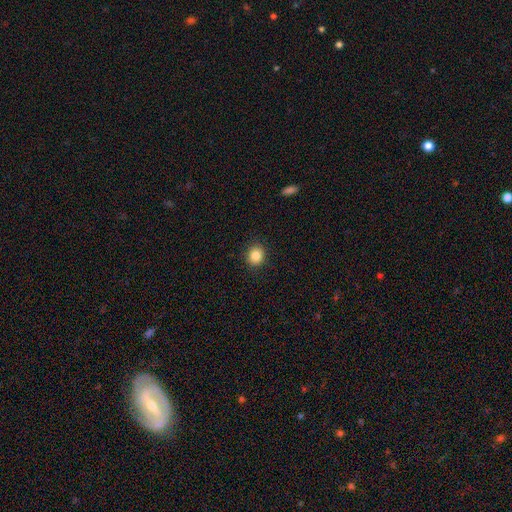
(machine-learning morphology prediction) Overall: smooth (84%). How rounded: round (80%). Merging: none (90%).